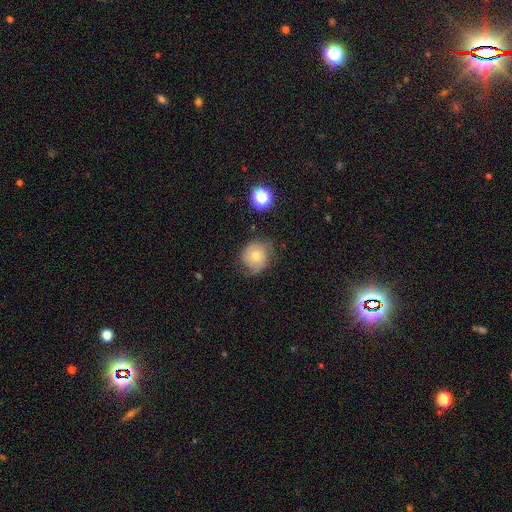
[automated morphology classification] Q: Smooth or featured?
A: smooth (50%); runner-up: featured or disk (39%)
Q: Merging?
A: none (60%); runner-up: minor disturbance (27%)